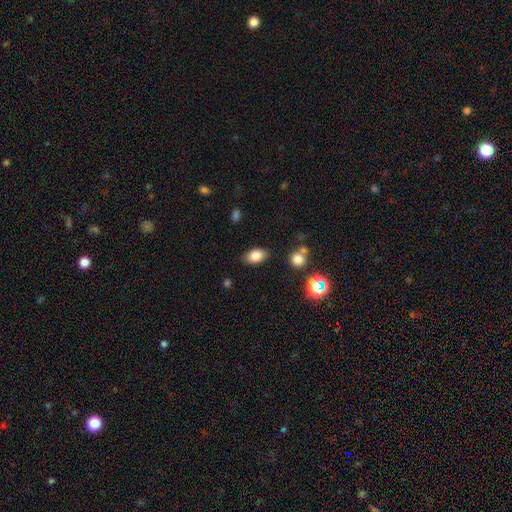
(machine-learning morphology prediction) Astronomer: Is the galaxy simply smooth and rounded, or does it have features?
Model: smooth — 82%.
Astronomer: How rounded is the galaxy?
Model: in between — 88%.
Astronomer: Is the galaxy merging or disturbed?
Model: none — 84%.